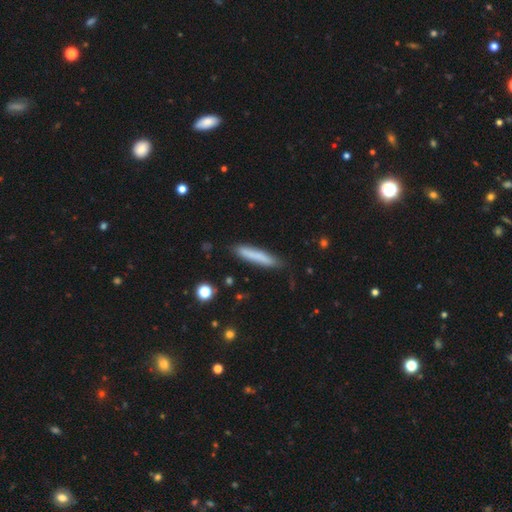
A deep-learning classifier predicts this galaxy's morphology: The model was most divided on "smooth or featured": smooth: 78%, featured or disk: 16%, star or artifact: 6%. More confident: how rounded — cigar-shaped (91%); merging — none (83%).